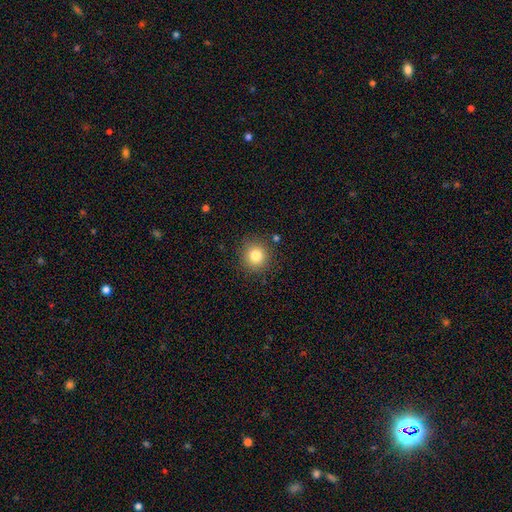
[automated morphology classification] Overall: smooth (81%). How rounded: round (93%). Merging: none (88%).